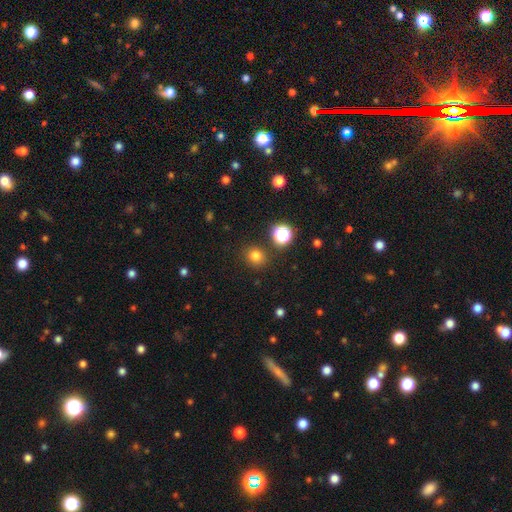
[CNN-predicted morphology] This appears to be a smooth galaxy with no disk features (78%) that is round (86%). Merging: none (87%).